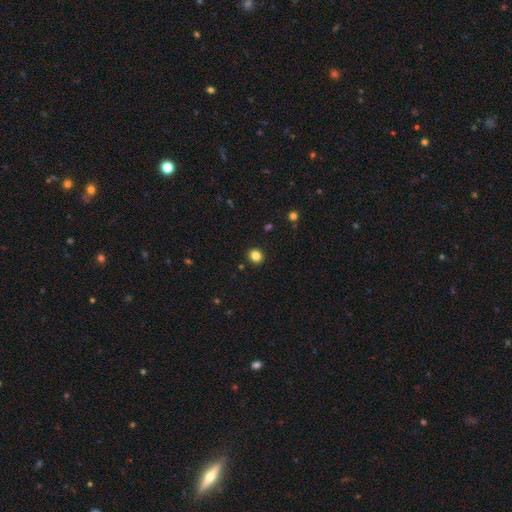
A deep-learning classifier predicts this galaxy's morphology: Smooth or featured? Predicted: smooth (p=0.84). How rounded? Predicted: round (p=0.75). Merging? Predicted: none (p=0.91).